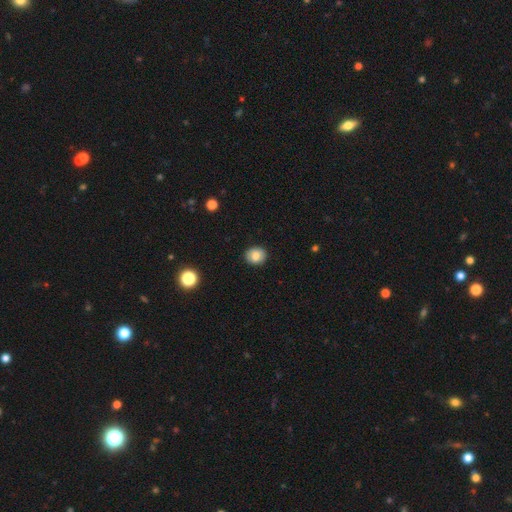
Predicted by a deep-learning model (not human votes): smooth-or-featured: smooth: 83% | star or artifact: 9% | featured or disk: 8%
  how-rounded: round: 71% | in between: 28% | cigar-shaped: 1%
  merging: none: 89% | minor disturbance: 8% | major disturbance: 2% | merger: 1%